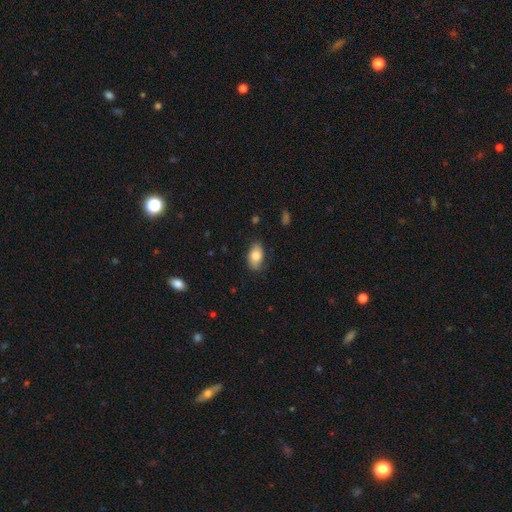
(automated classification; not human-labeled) This appears to be a smooth galaxy with no disk features (82%) that is in between round and cigar-shaped (92%). Merging: none (77%).